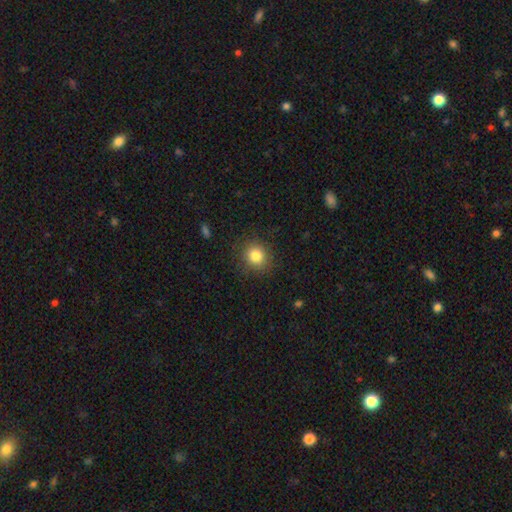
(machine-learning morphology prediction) Smooth or featured: smooth — 82% (star or artifact — 11%)
How rounded: round — 85% (in between — 14%)
Merging: none — 87% (minor disturbance — 9%)